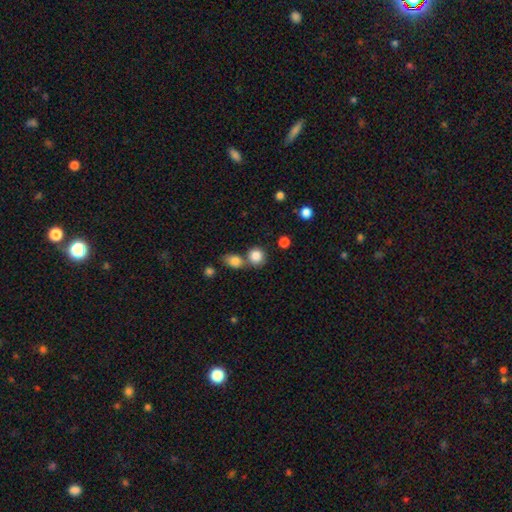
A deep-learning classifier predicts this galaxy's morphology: smooth 85%, star or artifact 10%, featured or disk 5%. Down the decision tree: how rounded — round (85%); merging — none (61%).